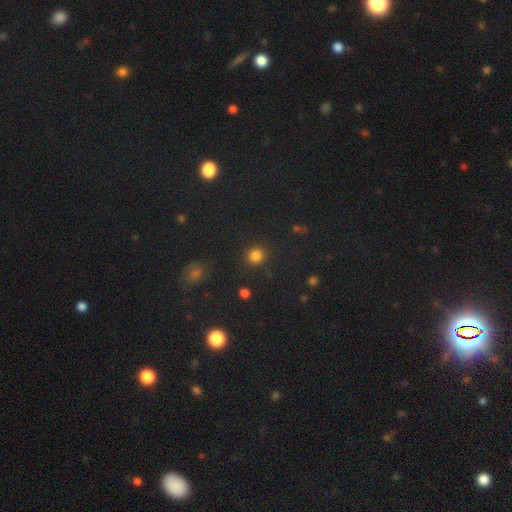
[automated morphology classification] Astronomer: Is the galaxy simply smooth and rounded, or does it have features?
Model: smooth — 82%.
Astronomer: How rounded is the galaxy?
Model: round — 91%.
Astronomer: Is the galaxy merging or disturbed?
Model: none — 89%.